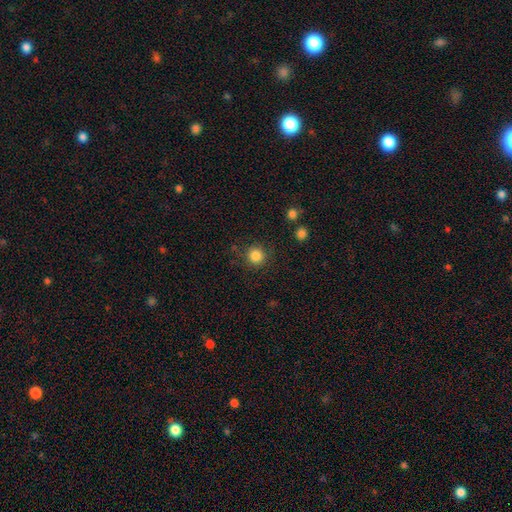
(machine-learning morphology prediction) Smooth or featured? Predicted: smooth (p=0.85). How rounded? Predicted: round (p=0.94). Merging? Predicted: none (p=0.87).